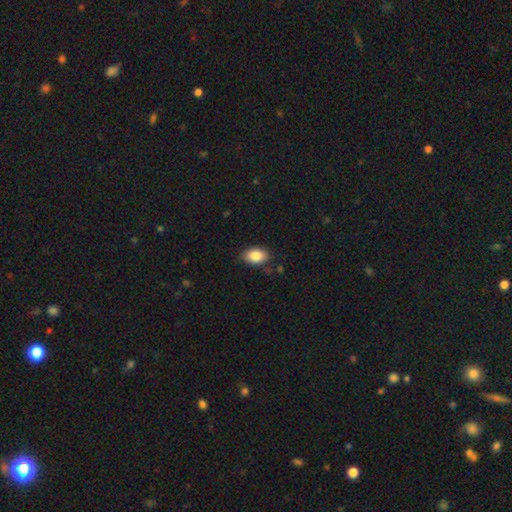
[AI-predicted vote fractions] This appears to be a smooth galaxy with no disk features (87%) that is in between round and cigar-shaped (90%). Merging: none (82%).